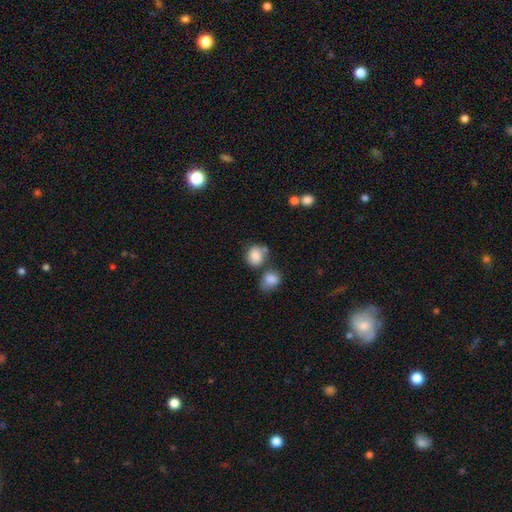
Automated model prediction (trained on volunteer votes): smooth-or-featured: smooth: 84% | star or artifact: 8% | featured or disk: 8%
  how-rounded: round: 69% | in between: 30% | cigar-shaped: 1%
  merging: none: 50% | merger: 27% | minor disturbance: 16% | major disturbance: 6%